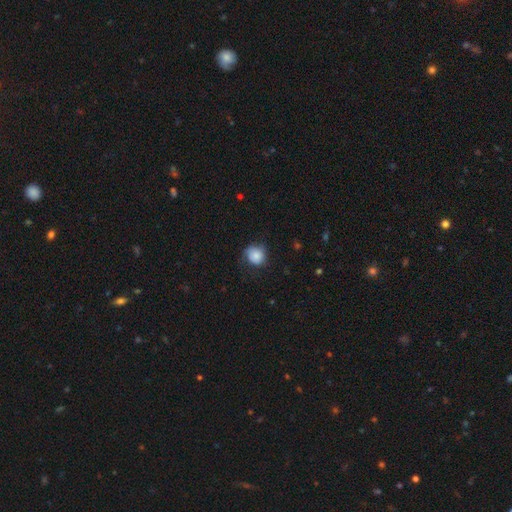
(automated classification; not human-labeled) Overall: smooth (78%). How rounded: round (77%). Merging: none (58%; minor disturbance 29%).